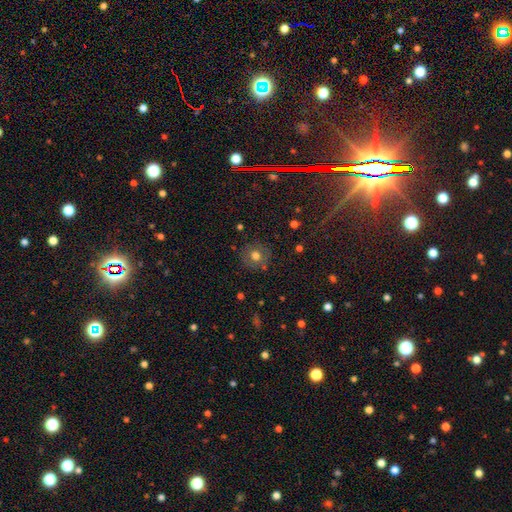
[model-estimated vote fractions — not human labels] Smooth or featured?
  - smooth: 71% *
  - featured or disk: 16%
  - star or artifact: 13%
How rounded?
  - round: 90% *
  - in between: 9%
  - cigar-shaped: 1%
Merging?
  - none: 84% *
  - minor disturbance: 10%
  - major disturbance: 3%
  - merger: 2%